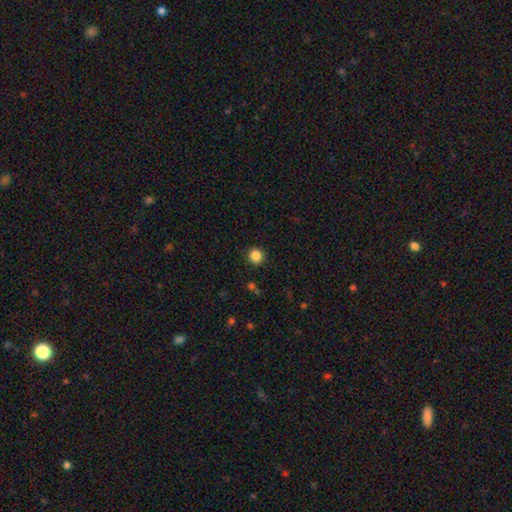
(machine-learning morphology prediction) smooth 85%, star or artifact 11%, featured or disk 4%. Down the decision tree: how rounded — round (93%); merging — none (91%).